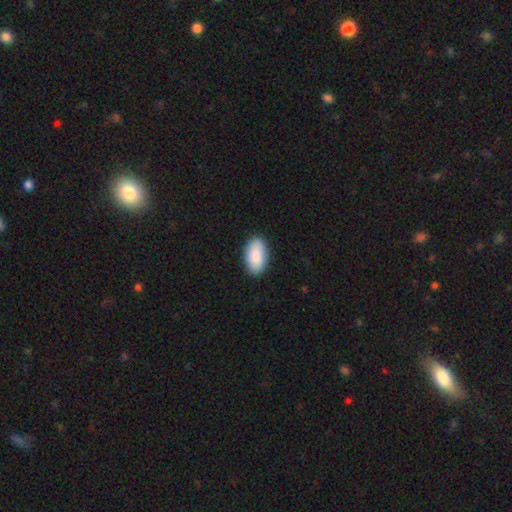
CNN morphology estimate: Q: Smooth or featured?
A: smooth (90%); runner-up: star or artifact (5%)
Q: How rounded?
A: in between (95%); runner-up: round (3%)
Q: Merging?
A: none (89%); runner-up: minor disturbance (8%)